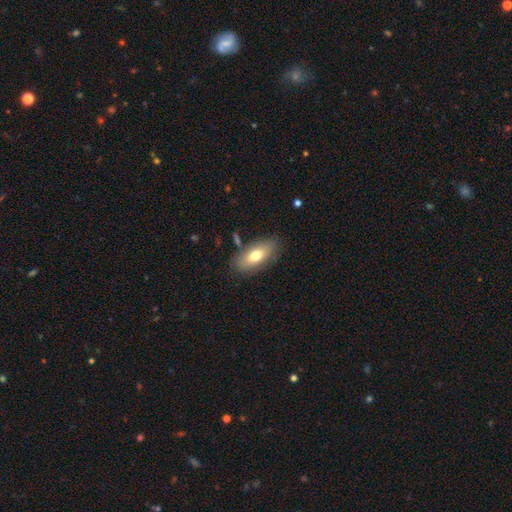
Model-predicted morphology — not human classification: smooth-or-featured: smooth: 71% | featured or disk: 22% | star or artifact: 7%
  how-rounded: in between: 85% | cigar-shaped: 12% | round: 4%
  merging: none: 79% | minor disturbance: 13% | merger: 4% | major disturbance: 4%